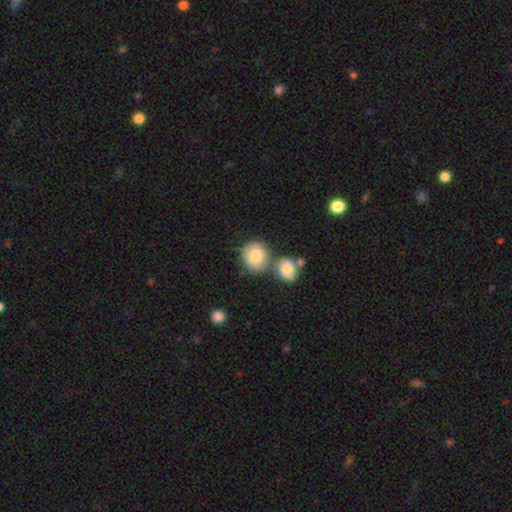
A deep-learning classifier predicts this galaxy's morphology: A smooth galaxy with no disk features (80%) that is round (78%). Merging: none (50%).